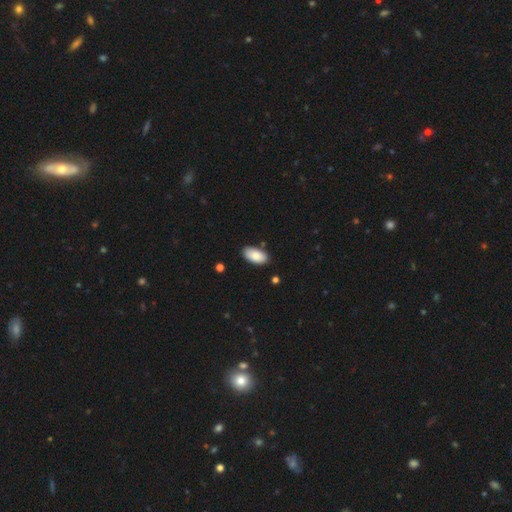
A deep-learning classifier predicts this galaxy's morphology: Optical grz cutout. It shows a smooth galaxy with no disk features (86%) that is in between round and cigar-shaped (95%). Merging: none (84%).